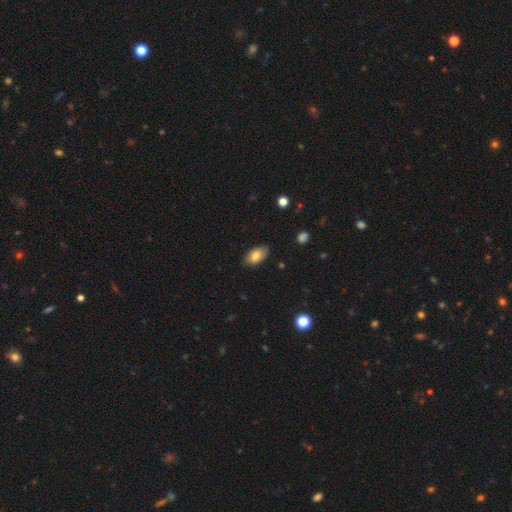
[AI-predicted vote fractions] Q: Smooth or featured?
A: smooth (80%); runner-up: featured or disk (13%)
Q: How rounded?
A: in between (94%); runner-up: round (4%)
Q: Merging?
A: none (82%); runner-up: minor disturbance (14%)